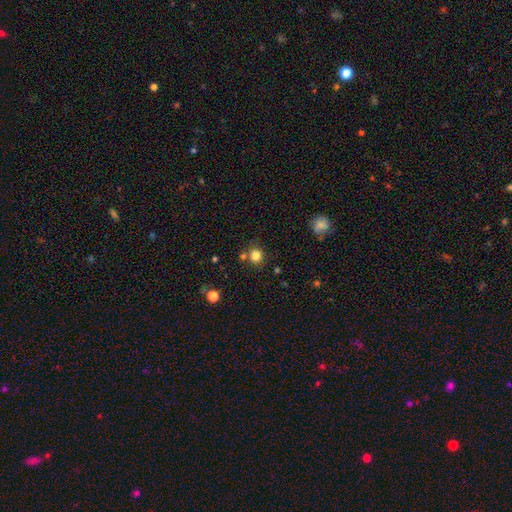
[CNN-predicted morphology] The model was most divided on "merging": none: 76%, merger: 11%, minor disturbance: 10%, major disturbance: 3%. More confident: how rounded — round (87%); smooth or featured — smooth (82%).